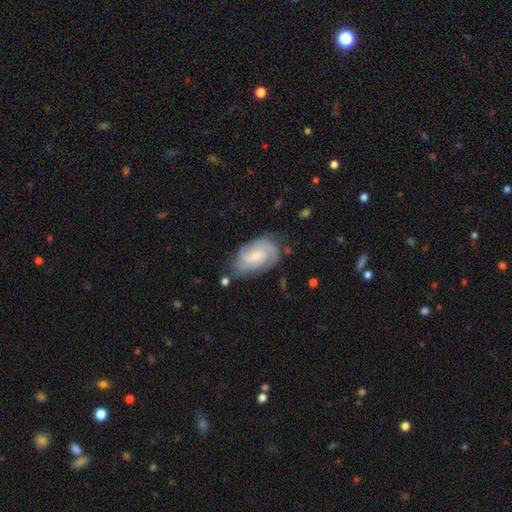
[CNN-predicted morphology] This is likely a featured or disk galaxy (76%). It is clearly not viewed edge-on (97%). Bar: possibly no (51%). Spiral arm pattern: clearly yes (95%). Spiral arm count: possibly 2 (49%). Spiral winding: possibly tight (58%). Central bulge: marginally small (45%). Merging: likely none (69%).